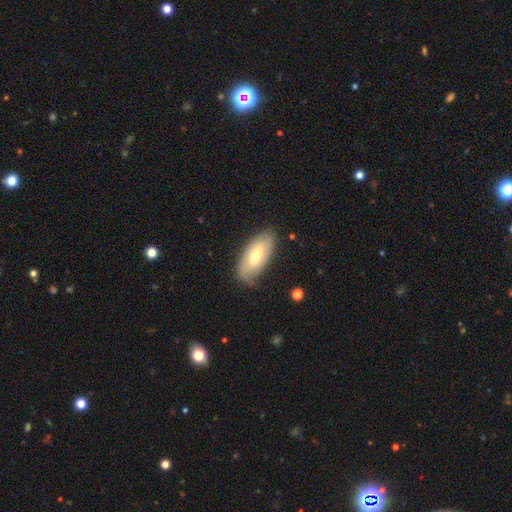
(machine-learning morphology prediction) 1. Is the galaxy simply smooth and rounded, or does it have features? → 56% smooth, 38% featured or disk, 6% star or artifact.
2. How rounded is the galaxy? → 91% in between, 6% cigar-shaped, 3% round.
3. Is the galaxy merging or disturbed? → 77% none, 18% minor disturbance, 4% major disturbance, 1% merger.